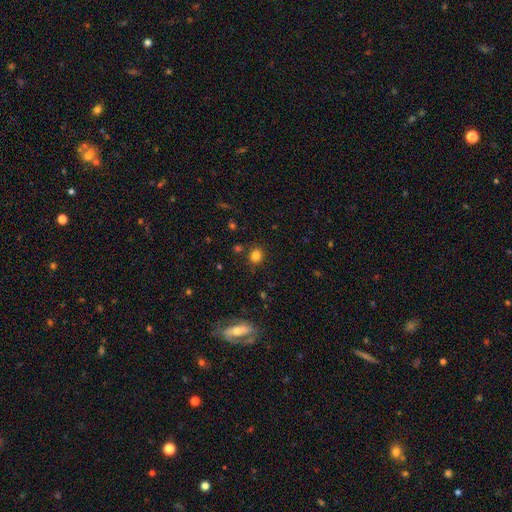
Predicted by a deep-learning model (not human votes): This appears to be a smooth galaxy with no disk features (81%) that is round (68%). Merging: none (85%).